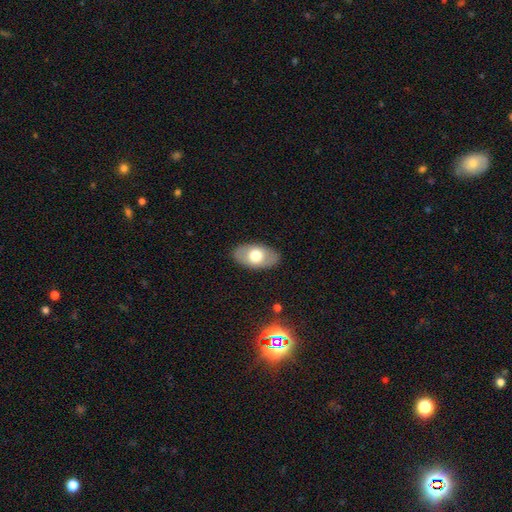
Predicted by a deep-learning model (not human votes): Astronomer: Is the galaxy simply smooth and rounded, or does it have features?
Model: smooth — 62%.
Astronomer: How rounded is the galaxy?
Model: in between — 93%.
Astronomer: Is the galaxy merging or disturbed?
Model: none — 87%.